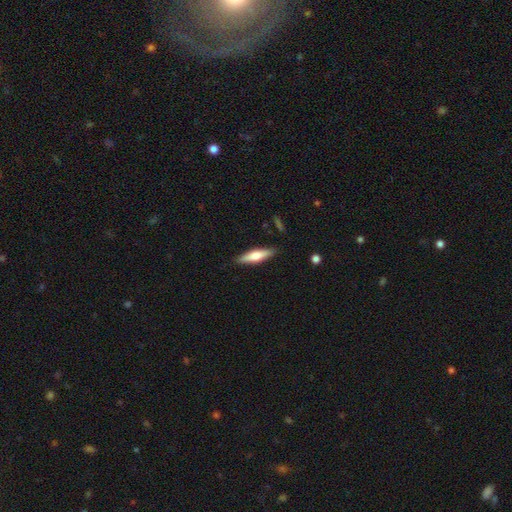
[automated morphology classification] This appears to be a smooth galaxy with no disk features (56%) that is cigar-shaped (70%). Merging: none (88%).